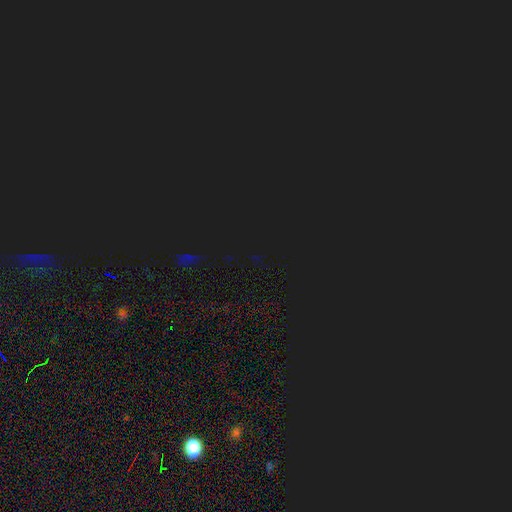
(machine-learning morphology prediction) The model was most divided on "smooth or featured": star or artifact: 84%, smooth: 10%, featured or disk: 6%.